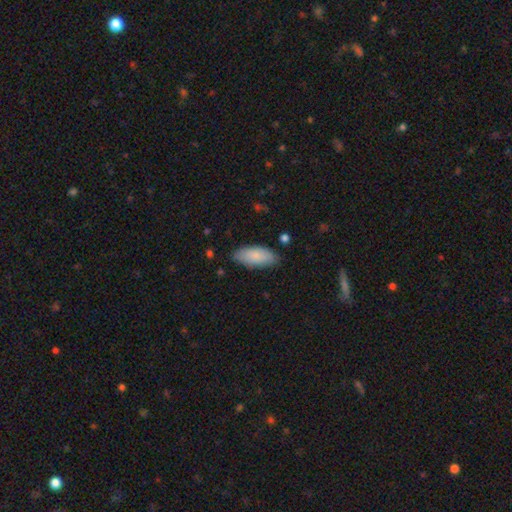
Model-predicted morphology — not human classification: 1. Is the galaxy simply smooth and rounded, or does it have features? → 83% smooth, 11% featured or disk, 6% star or artifact.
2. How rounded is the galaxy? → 85% in between, 14% cigar-shaped, 2% round.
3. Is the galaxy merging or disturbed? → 82% none, 14% minor disturbance, 2% major disturbance, 1% merger.